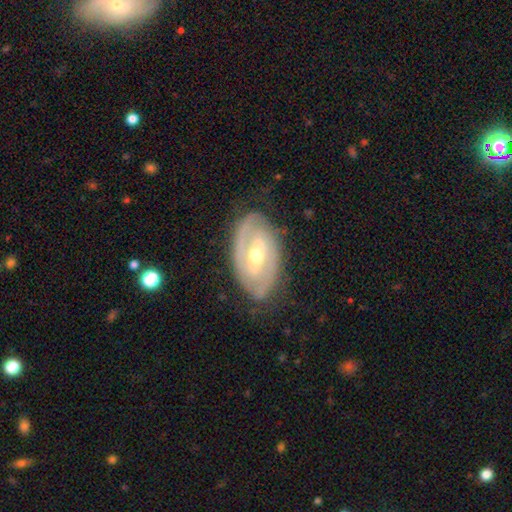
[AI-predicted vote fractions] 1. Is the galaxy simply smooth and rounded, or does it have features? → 84% featured or disk, 12% smooth, 5% star or artifact.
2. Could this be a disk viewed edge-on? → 94% no, 6% yes.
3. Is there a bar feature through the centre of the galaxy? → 43% weak, 37% strong, 19% no.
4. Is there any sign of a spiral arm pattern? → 86% yes, 14% no.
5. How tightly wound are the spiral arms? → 53% tight, 36% medium, 11% loose.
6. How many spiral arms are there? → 75% 2, 15% can't tell, 4% 3, 3% 1, 1% 4, 1% more than 4.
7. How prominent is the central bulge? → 59% moderate, 37% small, 2% large, 1% none, 1% dominant.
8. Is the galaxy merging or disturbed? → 78% none, 16% minor disturbance, 5% major disturbance, 1% merger.